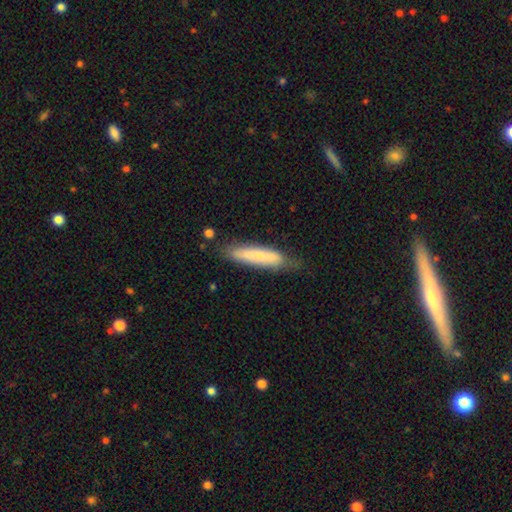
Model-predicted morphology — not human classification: Q: Smooth or featured?
A: smooth (67%); runner-up: featured or disk (26%)
Q: How rounded?
A: cigar-shaped (83%); runner-up: in between (16%)
Q: Merging?
A: none (69%); runner-up: minor disturbance (23%)